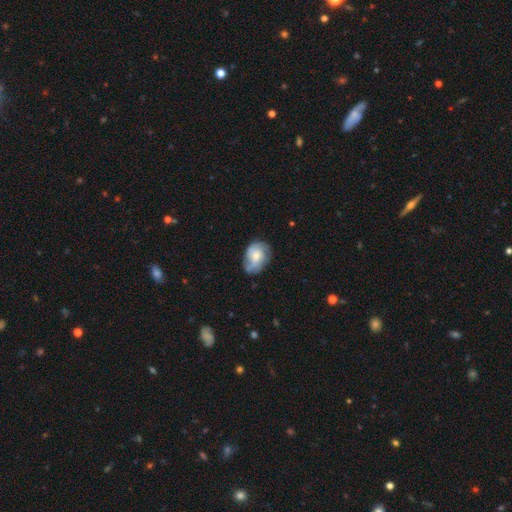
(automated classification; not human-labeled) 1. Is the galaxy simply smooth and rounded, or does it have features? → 50% featured or disk, 42% smooth, 7% star or artifact.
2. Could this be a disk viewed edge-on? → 96% no, 4% yes.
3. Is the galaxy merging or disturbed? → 59% none, 29% minor disturbance, 10% major disturbance, 2% merger.